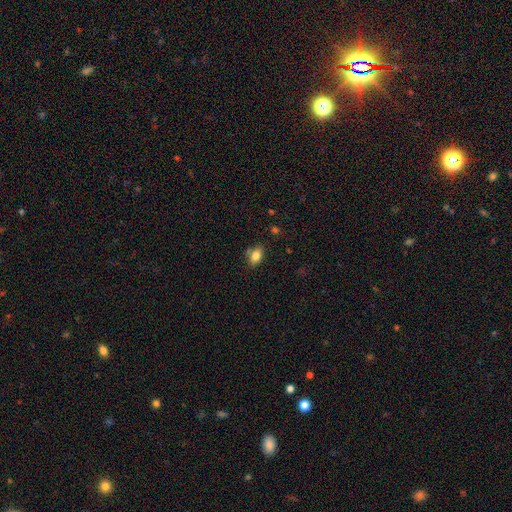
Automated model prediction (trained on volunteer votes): Smooth or featured: smooth — 82% (star or artifact — 9%)
How rounded: in between — 83% (round — 15%)
Merging: none — 76% (minor disturbance — 15%)